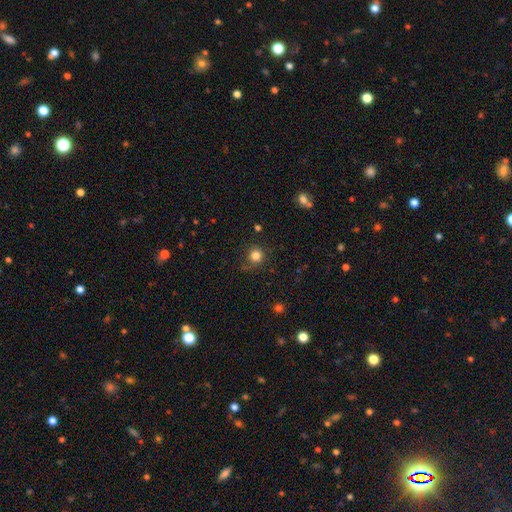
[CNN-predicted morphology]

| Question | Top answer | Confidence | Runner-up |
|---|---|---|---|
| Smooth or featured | smooth | 81% | star or artifact (13%) |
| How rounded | round | 92% | in between (7%) |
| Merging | none | 77% | minor disturbance (15%) |